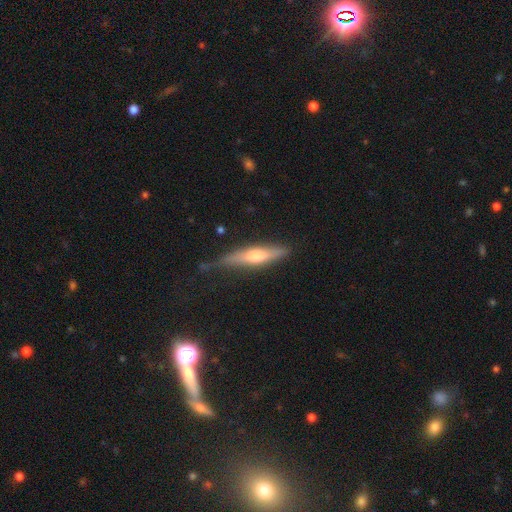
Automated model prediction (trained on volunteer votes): Smooth or featured? featured or disk (50%)
Merging? none (72%)